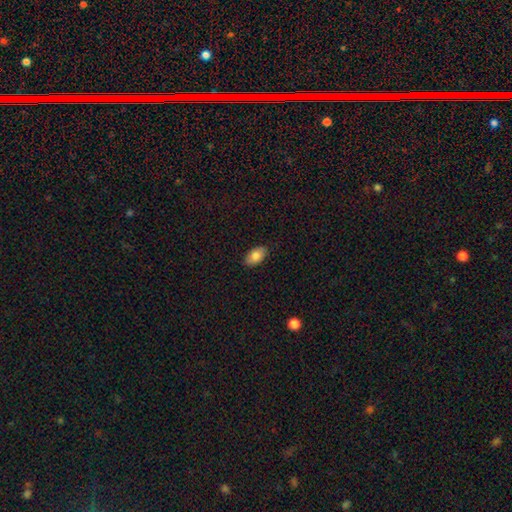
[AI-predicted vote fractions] Smooth or featured: smooth — 84% (featured or disk — 9%)
How rounded: in between — 93% (round — 5%)
Merging: none — 87% (minor disturbance — 10%)